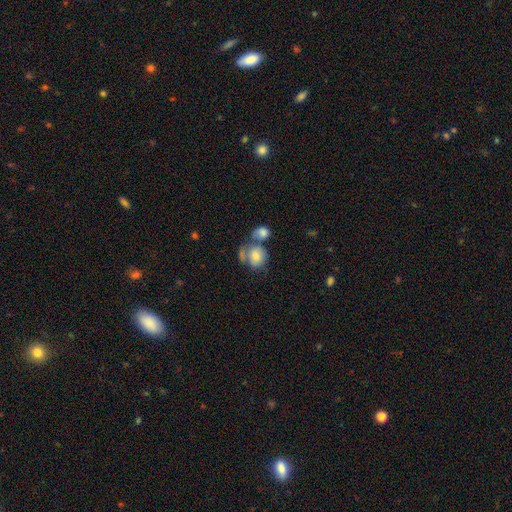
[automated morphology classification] smooth_or_featured: smooth (p=0.69) [alt: featured or disk p=0.23]
how_rounded: round (p=0.70) [alt: in between p=0.29]
merging: merger (p=0.44) [alt: none p=0.31]